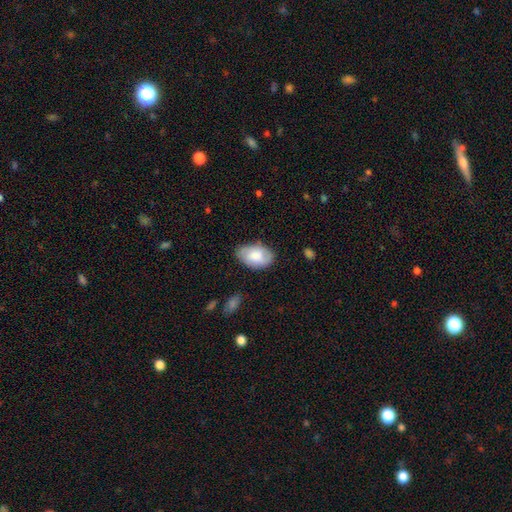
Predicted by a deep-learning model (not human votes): Morphology: type=smooth (70%); roundness=in between (91%); merging=none (77%).